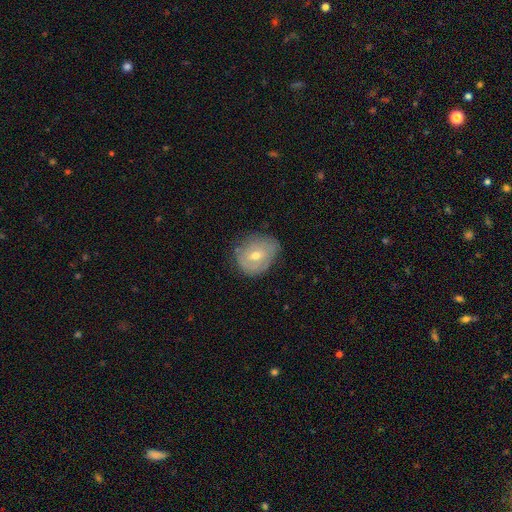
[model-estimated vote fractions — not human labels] Morphology: type=featured or disk (49%); merging=none (65%).